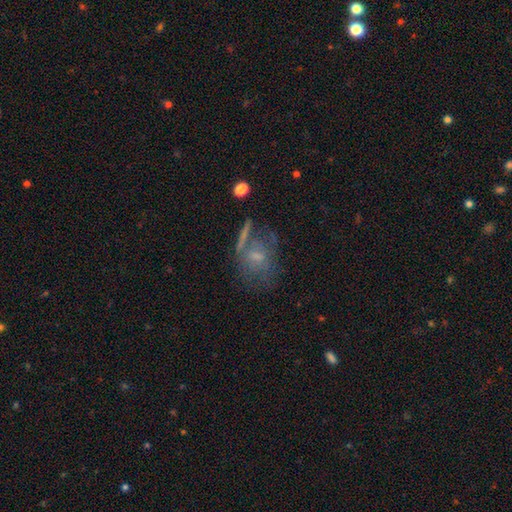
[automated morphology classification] Overall: featured or disk (49%; smooth 33%). Merging: none (39%; major disturbance 29%).